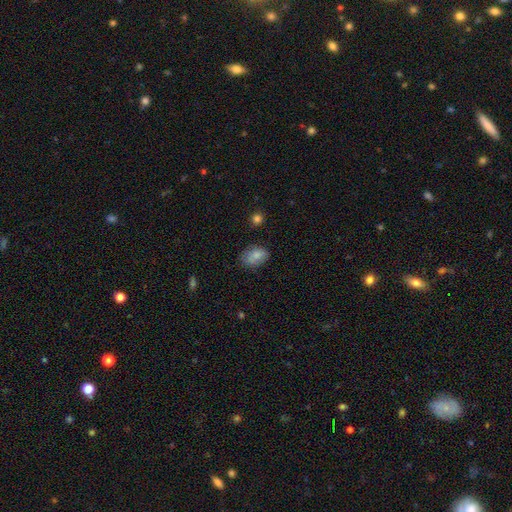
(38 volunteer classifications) This is likely a smooth galaxy (79%). How rounded: clearly in between (83%). Merging: likely none (75%).